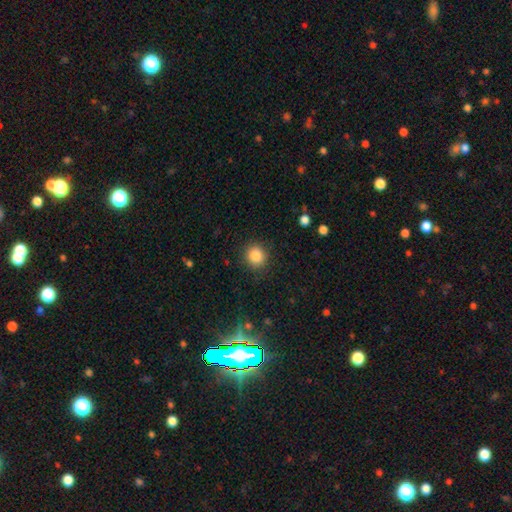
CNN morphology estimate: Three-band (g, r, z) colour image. It shows a smooth galaxy with no disk features (85%) that is round (86%). Merging: none (89%).